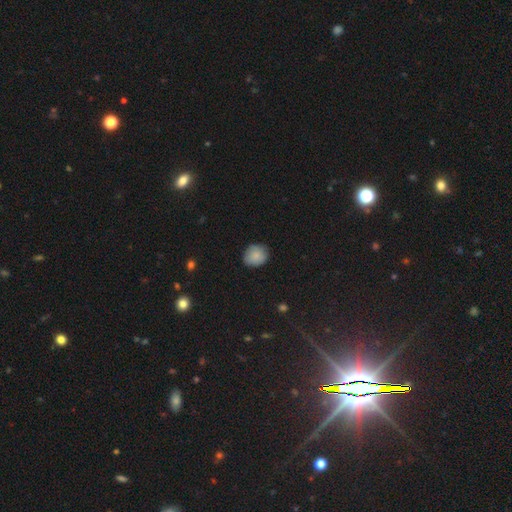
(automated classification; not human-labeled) Smooth or featured? Predicted: smooth (p=0.85). How rounded? Predicted: round (p=0.68). Merging? Predicted: none (p=0.80).